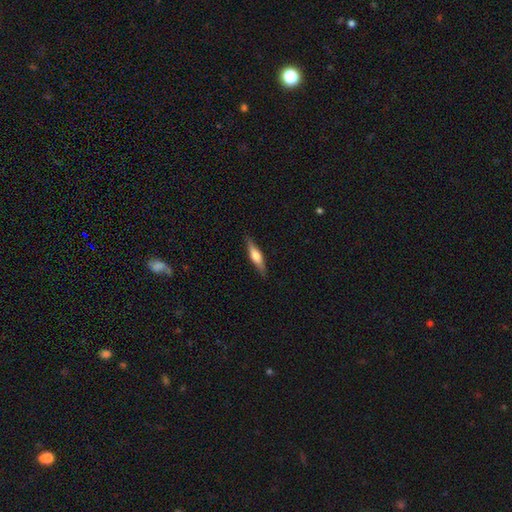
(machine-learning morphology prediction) A featured or disk galaxy (53%) viewed edge-on (95%) with a rounded central bulge (85%).

Vote fractions:
- Smooth or featured? featured or disk: 53% / smooth: 41% / star or artifact: 6%
- Edge-on disk? yes: 95% / no: 5%
- Edge-on bulge? rounded: 85% / boxy: 11% / none: 4%
- Merging? none: 88% / minor disturbance: 9% / major disturbance: 2% / merger: 1%